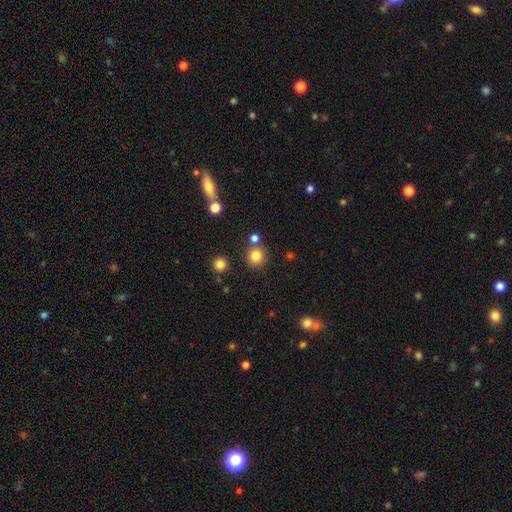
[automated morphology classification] This is clearly a smooth galaxy (81%). How rounded: clearly round (91%). Merging: likely none (78%).